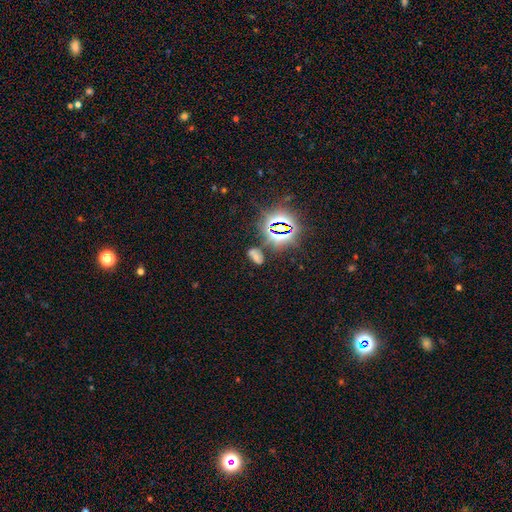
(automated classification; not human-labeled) Overall: star or artifact (44%; smooth 42%).